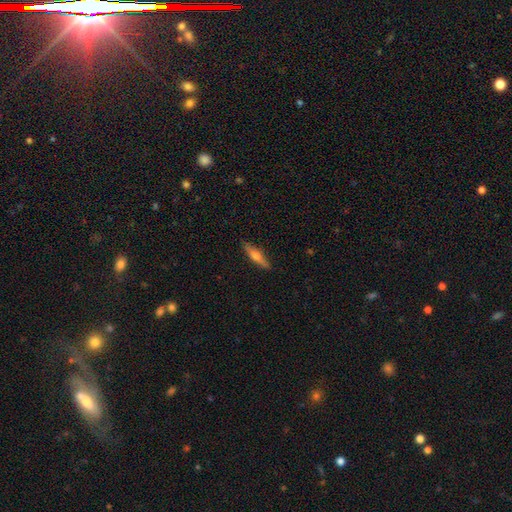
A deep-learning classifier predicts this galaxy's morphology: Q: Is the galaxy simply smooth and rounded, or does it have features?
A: featured or disk — 51%.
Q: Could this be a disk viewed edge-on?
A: yes — 94%.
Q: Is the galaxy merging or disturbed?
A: none — 89%.